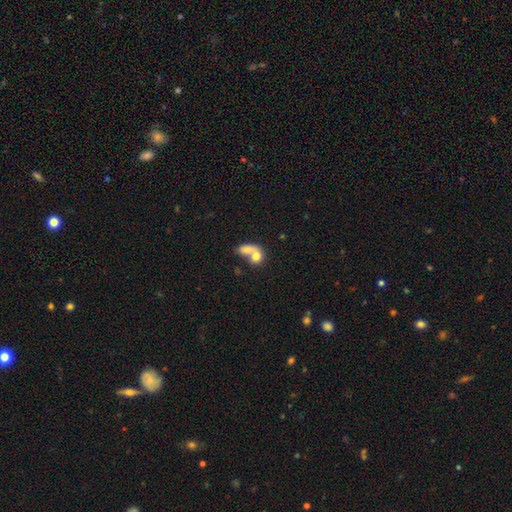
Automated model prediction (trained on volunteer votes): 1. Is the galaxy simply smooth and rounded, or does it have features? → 71% smooth, 20% featured or disk, 8% star or artifact.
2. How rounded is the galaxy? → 56% in between, 41% round, 3% cigar-shaped.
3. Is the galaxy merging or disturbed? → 68% merger, 17% none, 8% major disturbance, 7% minor disturbance.